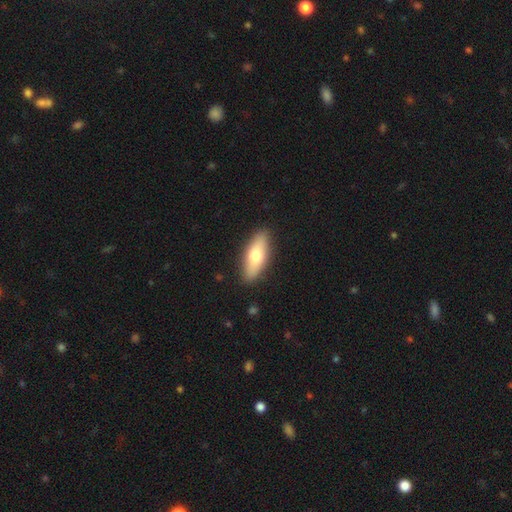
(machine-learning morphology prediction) Smooth or featured? Predicted: smooth (p=0.66). How rounded? Predicted: in between (p=0.67). Merging? Predicted: none (p=0.87).